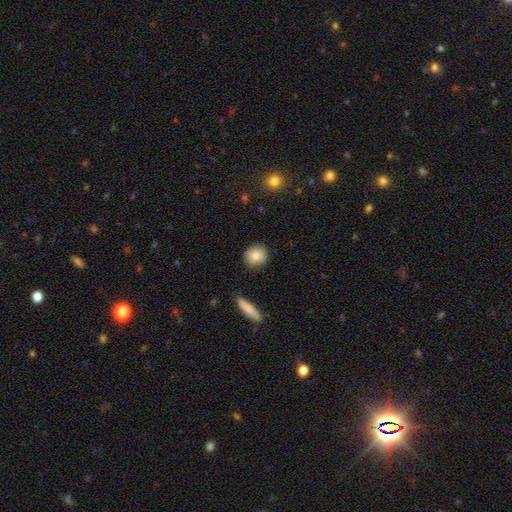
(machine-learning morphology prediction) A smooth galaxy with no disk features (82%) that is round (87%). Merging: none (89%).